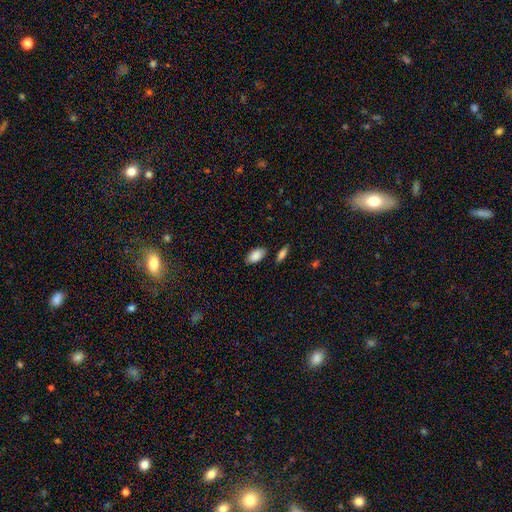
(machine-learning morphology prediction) smooth 88%, star or artifact 7%, featured or disk 5%. Down the decision tree: how rounded — in between (93%); merging — none (79%).